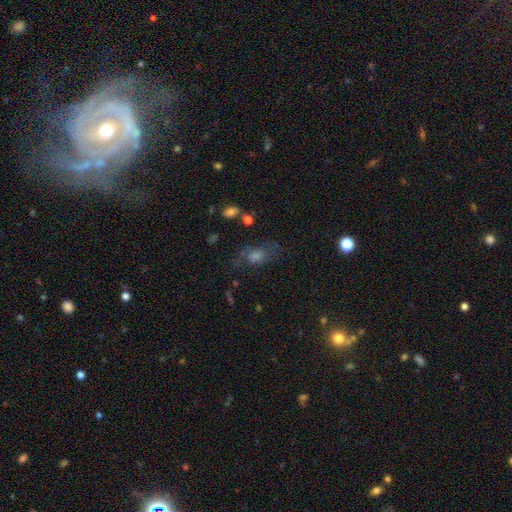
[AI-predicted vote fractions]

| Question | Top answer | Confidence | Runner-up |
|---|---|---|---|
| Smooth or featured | featured or disk | 41% | smooth (33%) |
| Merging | none | 60% | minor disturbance (19%) |